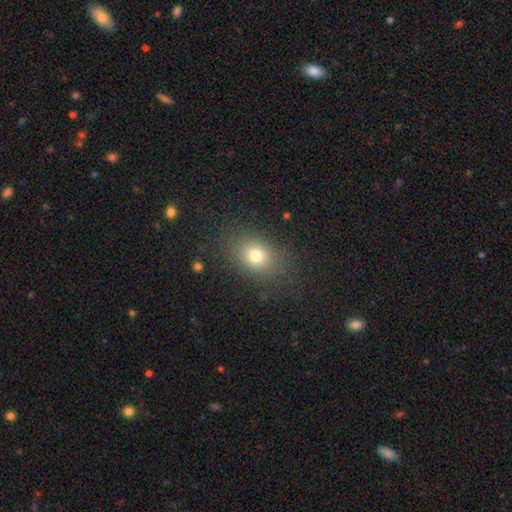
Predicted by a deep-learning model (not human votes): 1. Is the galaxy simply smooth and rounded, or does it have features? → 74% smooth, 15% star or artifact, 11% featured or disk.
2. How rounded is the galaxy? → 58% in between, 40% round, 1% cigar-shaped.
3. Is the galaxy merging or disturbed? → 81% none, 11% minor disturbance, 7% major disturbance, 1% merger.